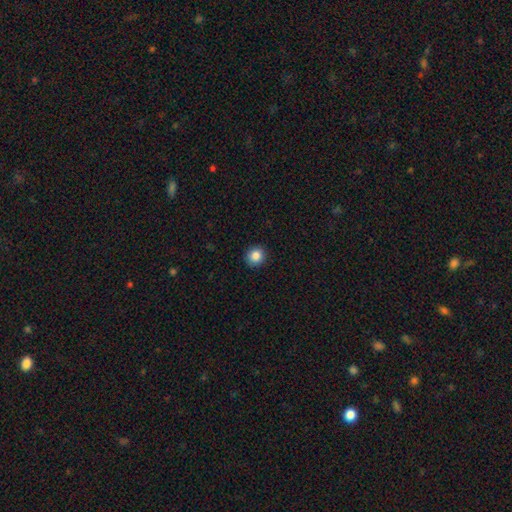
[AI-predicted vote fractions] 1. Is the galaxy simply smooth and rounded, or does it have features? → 85% smooth, 10% star or artifact, 5% featured or disk.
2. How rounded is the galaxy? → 91% round, 8% in between, 1% cigar-shaped.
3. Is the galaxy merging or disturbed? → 92% none, 5% minor disturbance, 2% major disturbance, 1% merger.